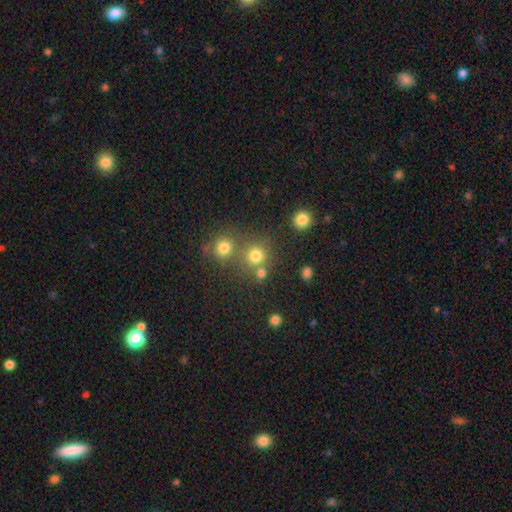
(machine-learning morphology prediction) Smooth or featured? Predicted: smooth (p=0.77). How rounded? Predicted: round (p=0.90). Merging? Predicted: none (p=0.65).